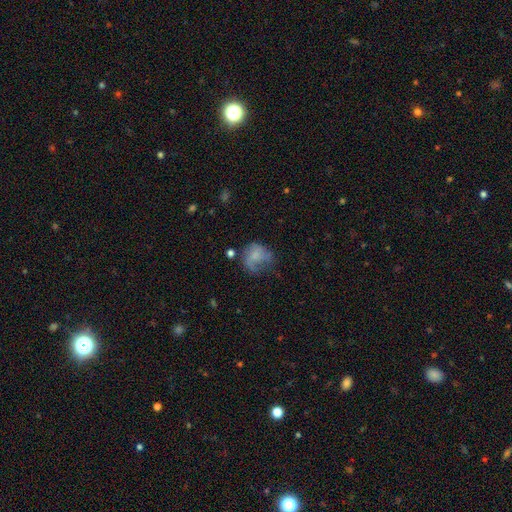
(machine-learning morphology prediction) Overall: smooth (57%; featured or disk 31%). How rounded: round (63%; in between 36%). Merging: none (36%; major disturbance 33%).